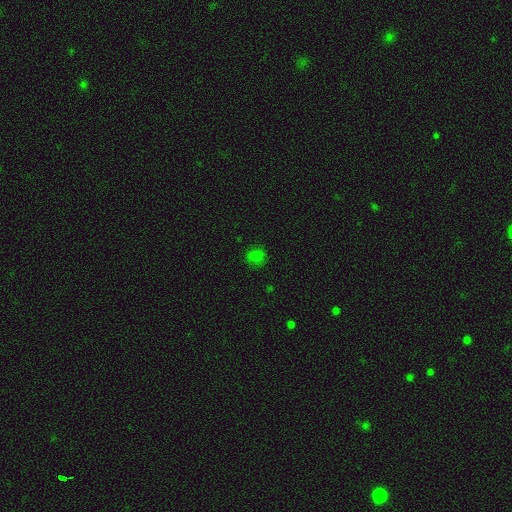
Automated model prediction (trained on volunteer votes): A smooth galaxy with no disk features (77%) that is round (84%).

Vote fractions:
- Smooth or featured? smooth: 77% / star or artifact: 18% / featured or disk: 5%
- How rounded? round: 84% / in between: 15% / cigar-shaped: 1%
- Merging? none: 84% / minor disturbance: 12% / major disturbance: 3% / merger: 1%